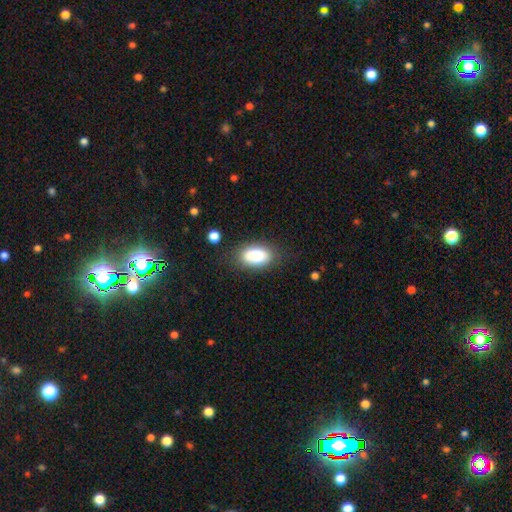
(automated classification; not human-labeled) Q: Smooth or featured?
A: smooth (84%); runner-up: featured or disk (8%)
Q: How rounded?
A: in between (91%); runner-up: round (6%)
Q: Merging?
A: none (75%); runner-up: minor disturbance (16%)